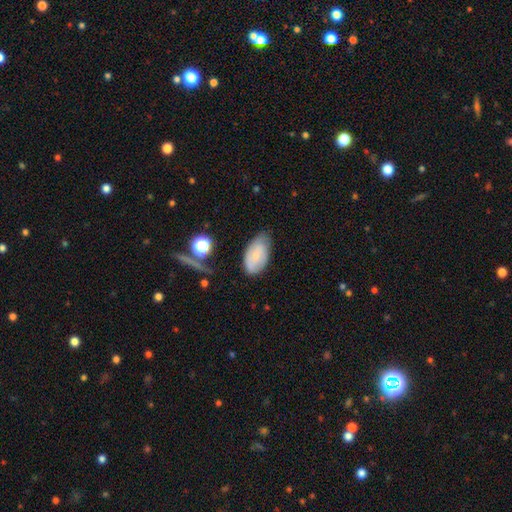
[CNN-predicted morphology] The model was most divided on "smooth or featured": smooth: 60%, featured or disk: 32%, star or artifact: 9%. More confident: how rounded — in between (93%); merging — none (63%).